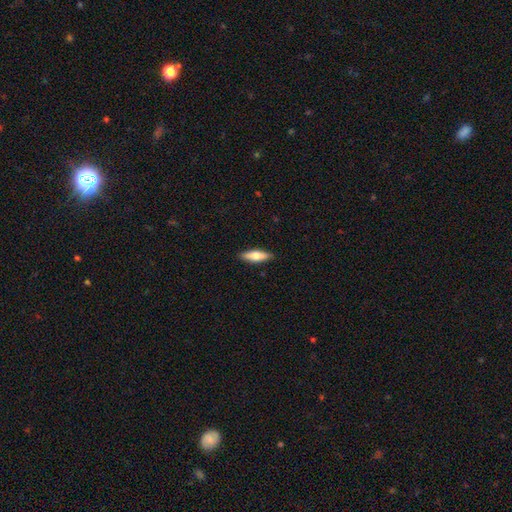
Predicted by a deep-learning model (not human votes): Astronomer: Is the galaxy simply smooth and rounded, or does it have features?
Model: smooth — 65%.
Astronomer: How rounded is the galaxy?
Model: cigar-shaped — 54% (runner-up: in between, 44%).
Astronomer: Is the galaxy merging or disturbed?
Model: none — 89%.